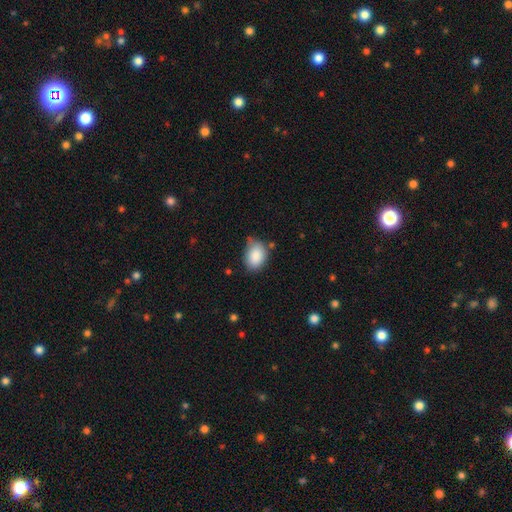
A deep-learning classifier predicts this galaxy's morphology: This is clearly a smooth galaxy (88%). How rounded: likely in between (79%). Merging: possibly none (60%).